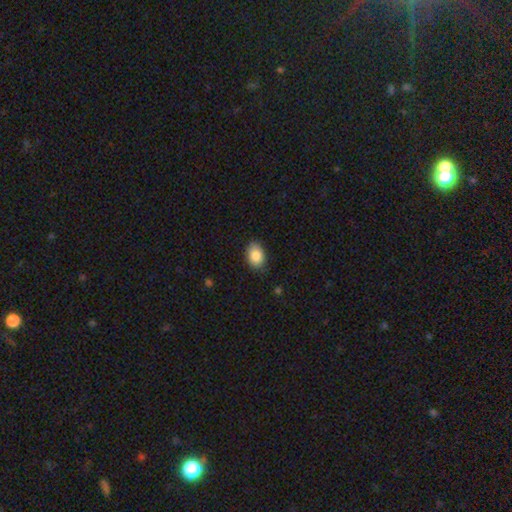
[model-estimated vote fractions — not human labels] This is clearly a smooth galaxy (86%). How rounded: clearly in between (83%). Merging: clearly none (83%).